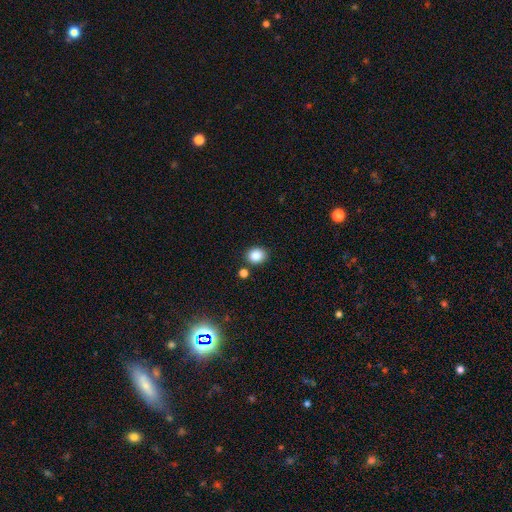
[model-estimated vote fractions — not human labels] smooth 84%, star or artifact 11%, featured or disk 5%. Down the decision tree: how rounded — round (70%); merging — none (84%).